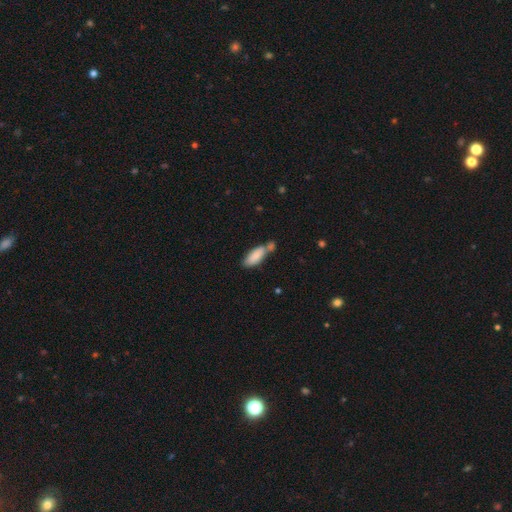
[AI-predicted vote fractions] smooth 84%, featured or disk 10%, star or artifact 7%. Down the decision tree: how rounded — in between (73%); merging — none (48%).